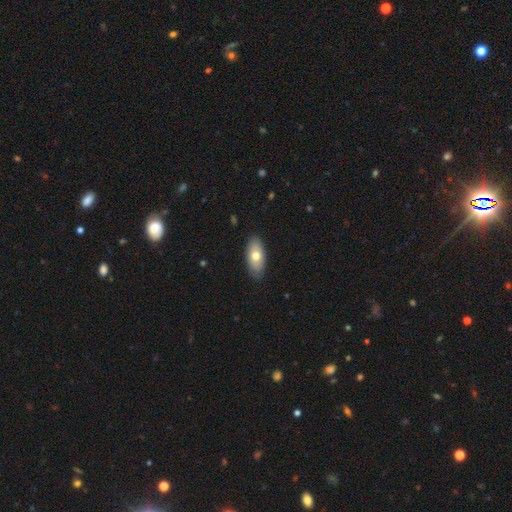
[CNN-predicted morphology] smooth_or_featured: smooth (p=0.68) [alt: featured or disk p=0.26]
how_rounded: in between (p=0.90) [alt: cigar-shaped p=0.06]
merging: none (p=0.85) [alt: minor disturbance p=0.12]